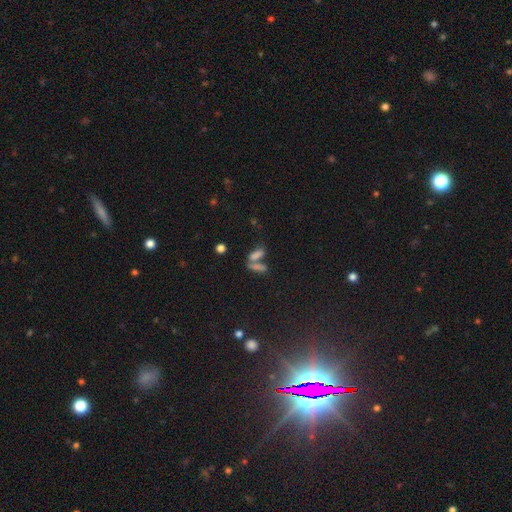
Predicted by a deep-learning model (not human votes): smooth 73%, star or artifact 14%, featured or disk 13%. Down the decision tree: how rounded — in between (57%); merging — merger (51%).